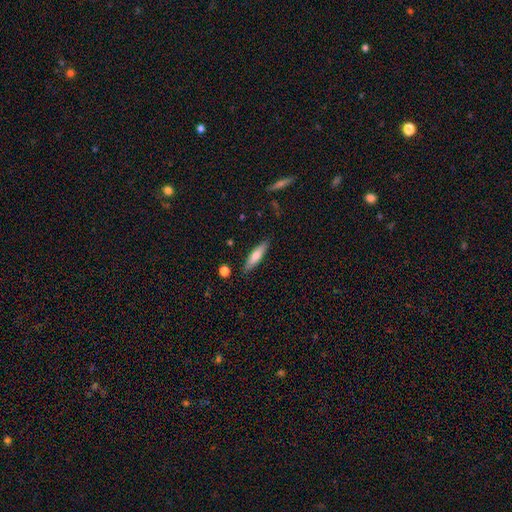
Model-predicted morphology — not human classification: The model was most divided on "smooth or featured": smooth: 68%, featured or disk: 25%, star or artifact: 6%. More confident: merging — none (86%); how rounded — cigar-shaped (71%).